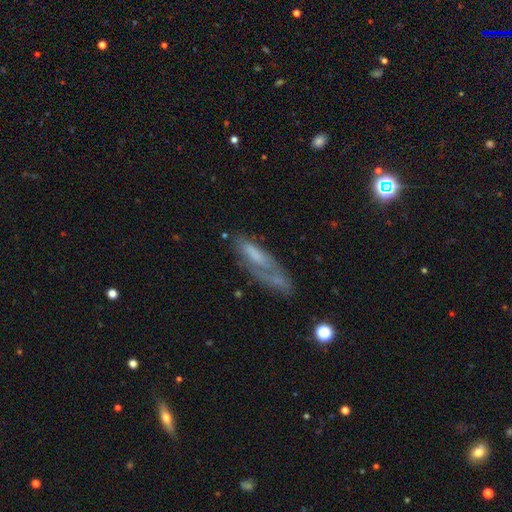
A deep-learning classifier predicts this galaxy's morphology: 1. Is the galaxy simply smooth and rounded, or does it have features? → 46% smooth, 44% featured or disk, 10% star or artifact.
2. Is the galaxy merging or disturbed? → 43% none, 26% major disturbance, 25% minor disturbance, 7% merger.